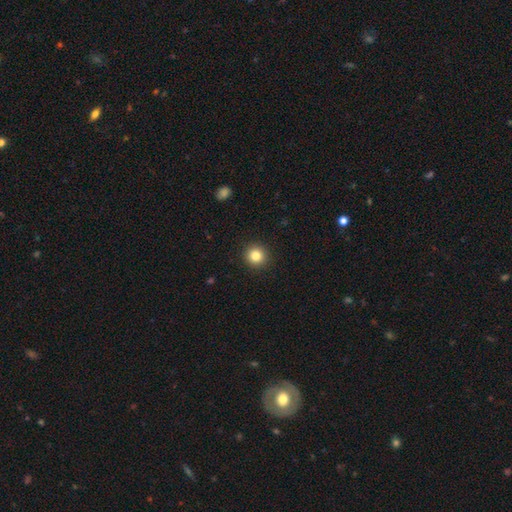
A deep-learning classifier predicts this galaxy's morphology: smooth 82%, star or artifact 11%, featured or disk 6%. Down the decision tree: how rounded — round (94%); merging — none (93%).